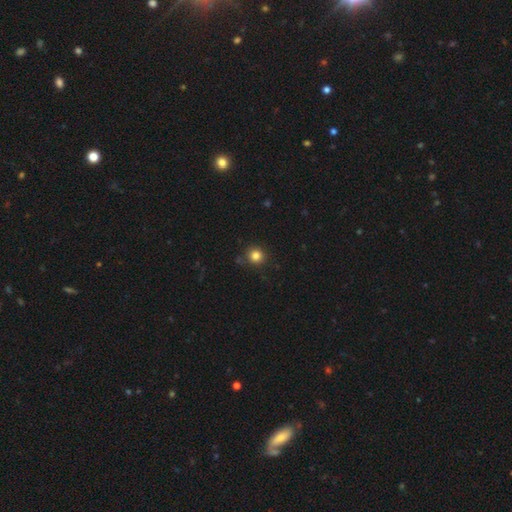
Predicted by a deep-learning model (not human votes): A smooth galaxy with no disk features (83%) that is round (93%). Merging: none (86%).